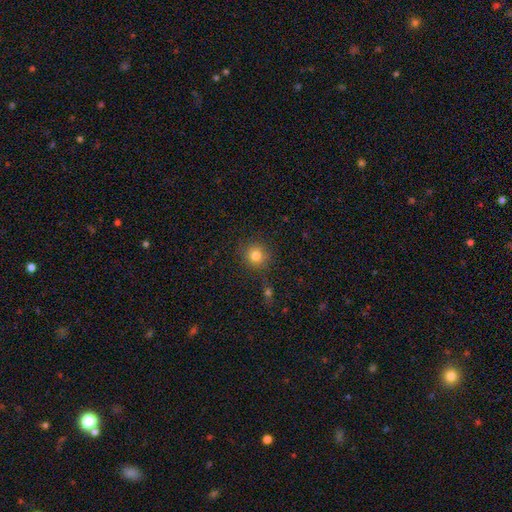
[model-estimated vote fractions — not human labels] Smooth or featured? smooth (79%)
How rounded? round (92%)
Merging? none (84%)